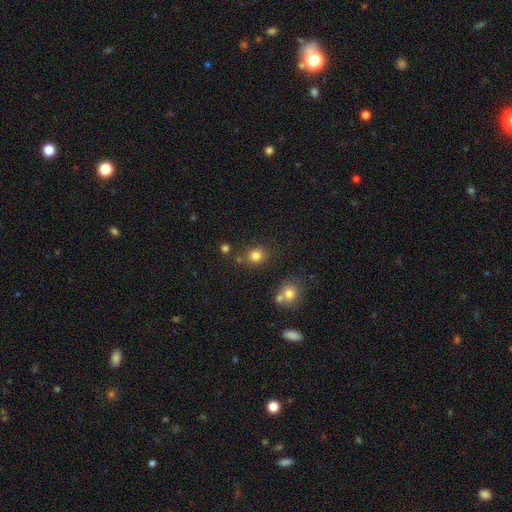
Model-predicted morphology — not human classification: Overall: smooth (80%). How rounded: round (80%). Merging: none (77%).